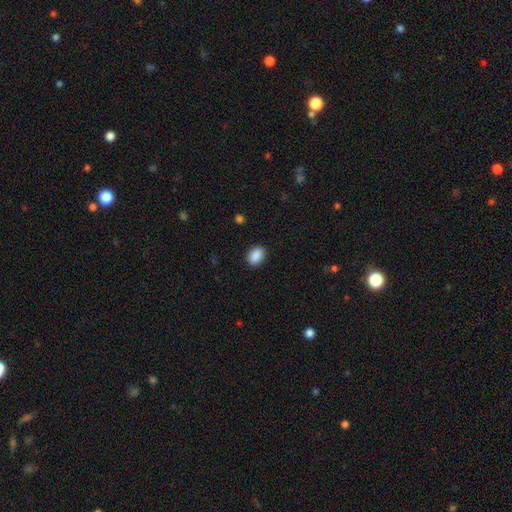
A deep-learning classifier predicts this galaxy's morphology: Smooth or featured? Predicted: smooth (p=0.90). How rounded? Predicted: in between (p=0.75). Merging? Predicted: none (p=0.89).